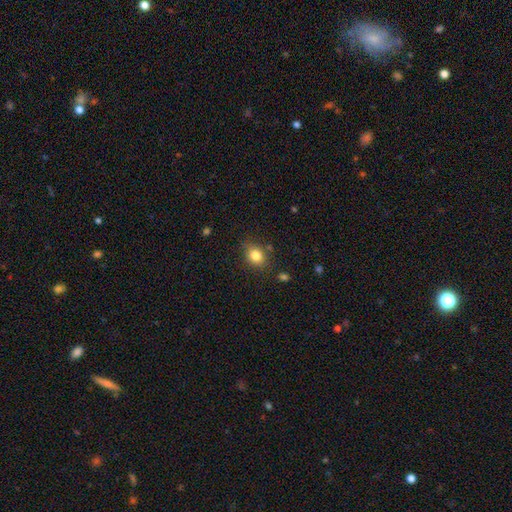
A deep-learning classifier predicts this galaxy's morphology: type=smooth (82%); roundness=round (53%); merging=none (78%).